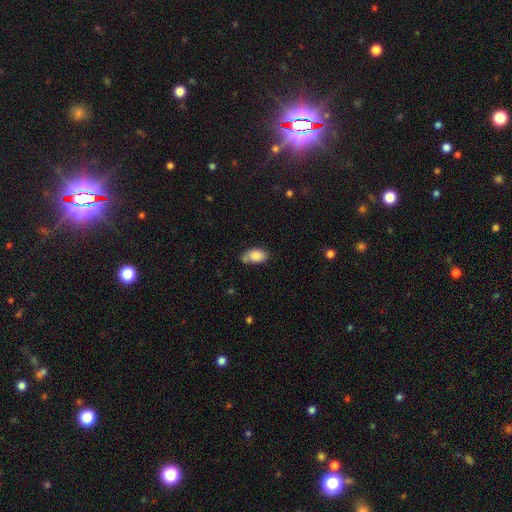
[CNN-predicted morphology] This appears to be a smooth galaxy with no disk features (86%) that is in between round and cigar-shaped (89%). Merging: none (54%).